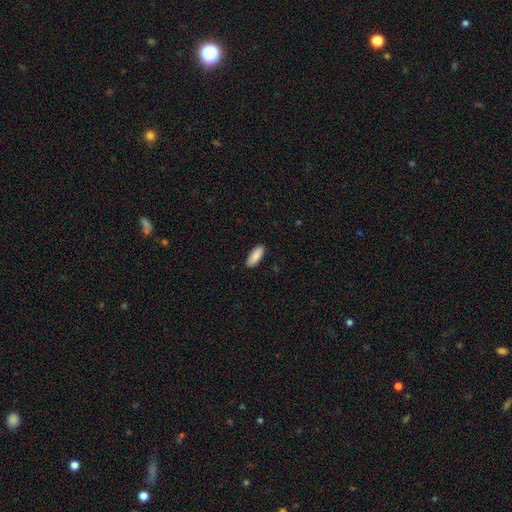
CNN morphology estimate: A smooth galaxy with no disk features (89%) that is in between round and cigar-shaped (78%). Merging: none (89%).